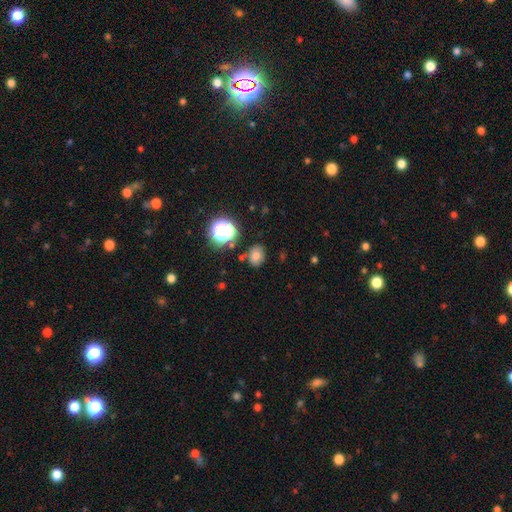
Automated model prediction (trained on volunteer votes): This appears to be a smooth galaxy with no disk features (72%) that is round (50%). Merging: none (77%).